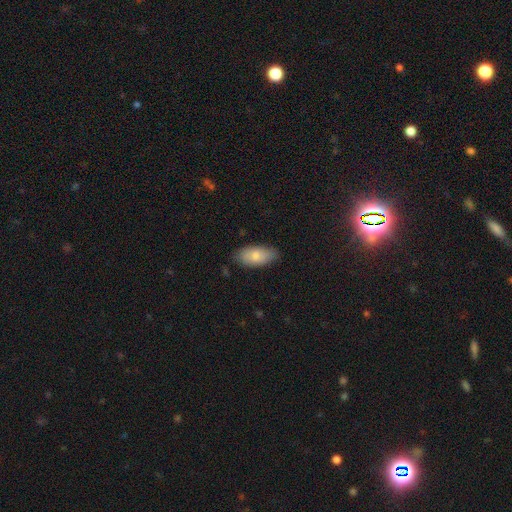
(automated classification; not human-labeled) Overall: smooth (80%). How rounded: in between (90%). Merging: none (78%).